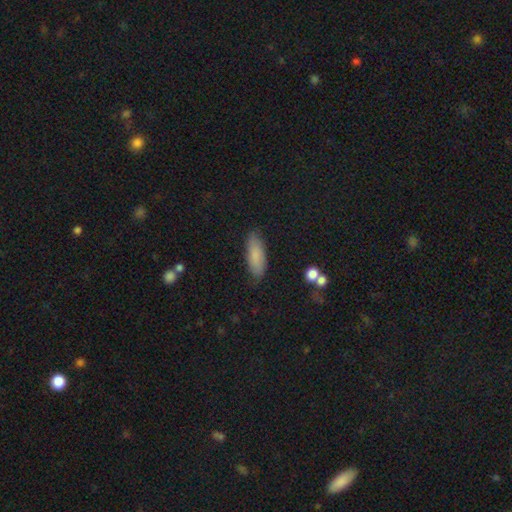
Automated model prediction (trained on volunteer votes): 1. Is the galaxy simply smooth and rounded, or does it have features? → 81% smooth, 12% featured or disk, 7% star or artifact.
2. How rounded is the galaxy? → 67% in between, 31% cigar-shaped, 2% round.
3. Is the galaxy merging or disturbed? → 81% none, 14% minor disturbance, 3% major disturbance, 2% merger.